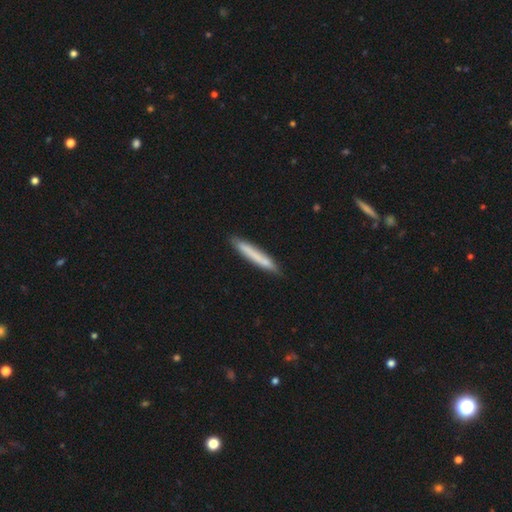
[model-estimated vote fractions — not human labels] This is likely a smooth galaxy (72%). How rounded: clearly cigar-shaped (96%). Merging: clearly none (87%).